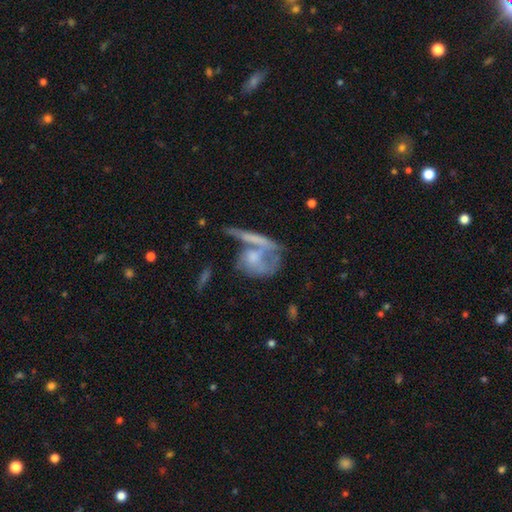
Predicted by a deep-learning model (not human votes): smooth-or-featured: featured or disk: 51% | smooth: 41% | star or artifact: 9%
  disk-edge-on: no: 79% | yes: 21%
  merging: merger: 43% | none: 28% | major disturbance: 15% | minor disturbance: 13%